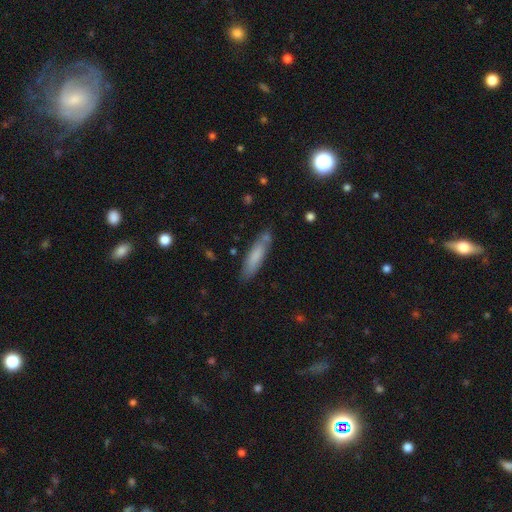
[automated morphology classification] type=smooth (75%); roundness=cigar-shaped (74%); merging=none (76%).